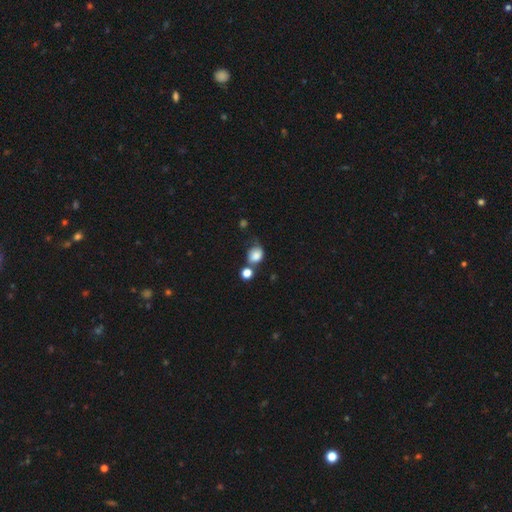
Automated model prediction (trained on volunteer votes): smooth 82%, star or artifact 10%, featured or disk 7%. Down the decision tree: how rounded — round (57%); merging — none (43%).